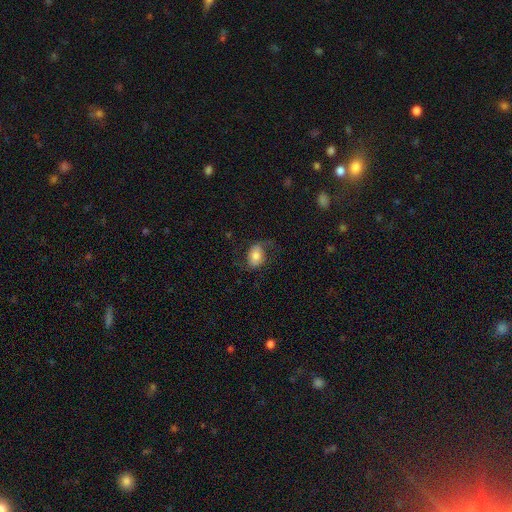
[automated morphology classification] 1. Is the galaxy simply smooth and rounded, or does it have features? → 60% smooth, 32% featured or disk, 8% star or artifact.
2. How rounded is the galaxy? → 76% in between, 22% round, 1% cigar-shaped.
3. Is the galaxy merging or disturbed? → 62% none, 20% minor disturbance, 17% major disturbance, 1% merger.